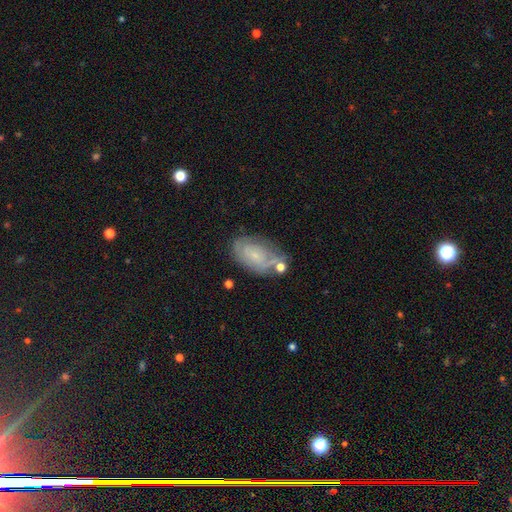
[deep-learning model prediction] This is possibly a featured or disk galaxy (54%). It is clearly not viewed edge-on (94%). Bar: likely no (70%). Spiral arm pattern: likely yes (73%). Central bulge: likely small (75%). Merging: likely none (62%).